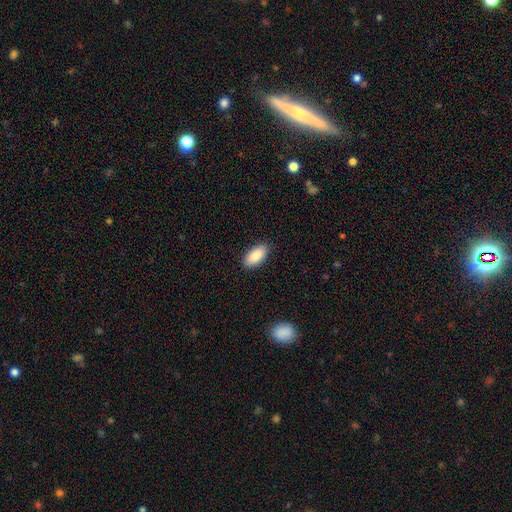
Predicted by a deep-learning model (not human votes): A smooth galaxy with no disk features (89%) that is in between round and cigar-shaped (92%).

Vote fractions:
- Smooth or featured? smooth: 89% / star or artifact: 6% / featured or disk: 5%
- How rounded? in between: 92% / cigar-shaped: 6% / round: 2%
- Merging? none: 90% / minor disturbance: 8% / major disturbance: 2% / merger: 1%